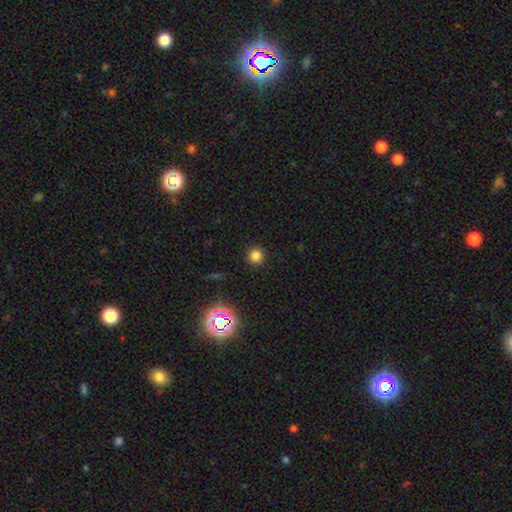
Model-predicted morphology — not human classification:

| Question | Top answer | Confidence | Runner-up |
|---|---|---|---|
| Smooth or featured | smooth | 79% | star or artifact (17%) |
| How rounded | round | 95% | in between (4%) |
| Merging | none | 91% | minor disturbance (5%) |